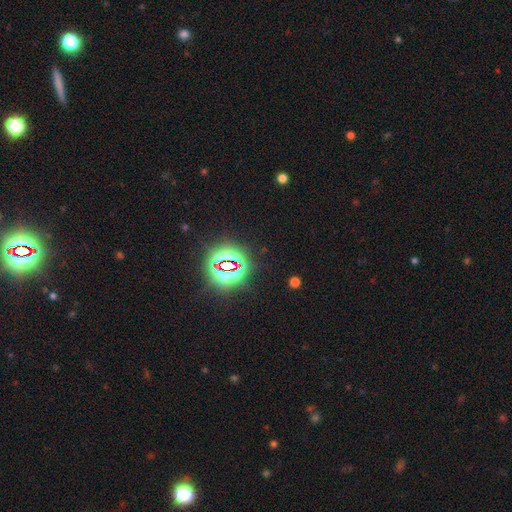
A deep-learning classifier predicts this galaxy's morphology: Smooth or featured? Predicted: star or artifact (p=0.83).